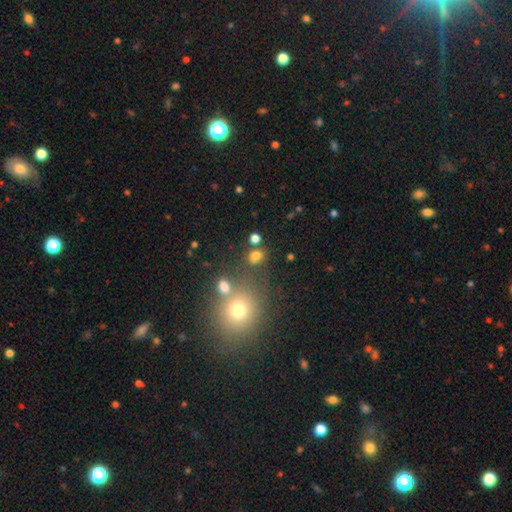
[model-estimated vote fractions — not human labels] Smooth or featured?
  - smooth: 75% *
  - star or artifact: 17%
  - featured or disk: 7%
How rounded?
  - round: 59% *
  - in between: 39%
  - cigar-shaped: 1%
Merging?
  - none: 71% *
  - merger: 13%
  - minor disturbance: 11%
  - major disturbance: 5%